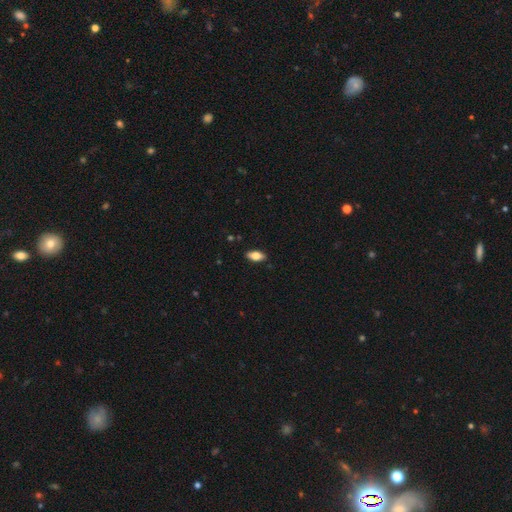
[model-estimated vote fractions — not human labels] smooth_or_featured: smooth (p=0.75) [alt: featured or disk p=0.18]
how_rounded: in between (p=0.89) [alt: cigar-shaped p=0.08]
merging: none (p=0.88) [alt: minor disturbance p=0.09]